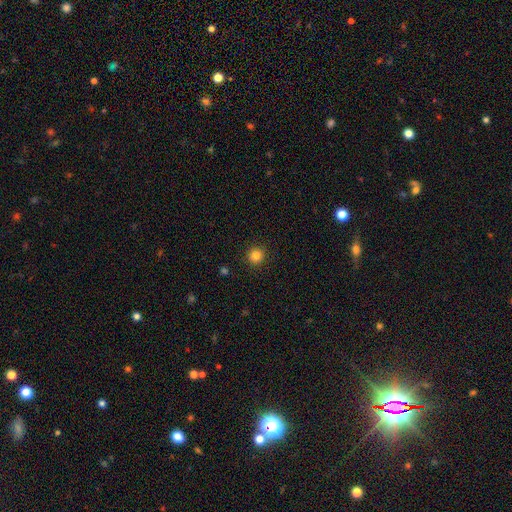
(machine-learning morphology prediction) smooth_or_featured: smooth (p=0.83) [alt: star or artifact p=0.12]
how_rounded: round (p=0.93) [alt: in between p=0.06]
merging: none (p=0.92) [alt: minor disturbance p=0.05]